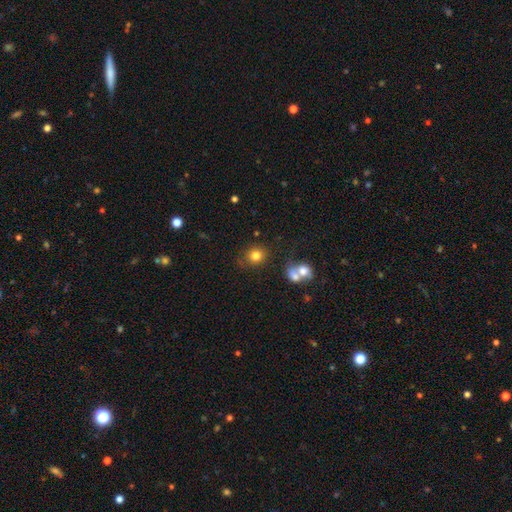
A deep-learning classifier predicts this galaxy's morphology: Smooth or featured: smooth — 81% (star or artifact — 11%)
How rounded: round — 77% (in between — 22%)
Merging: none — 76% (minor disturbance — 12%)